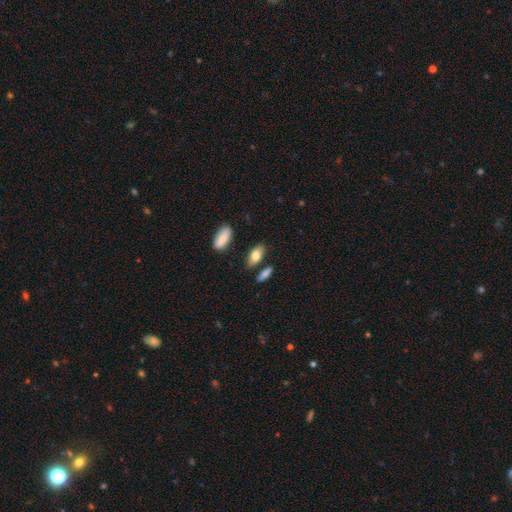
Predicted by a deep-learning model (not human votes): A smooth galaxy with no disk features (78%) that is in between round and cigar-shaped (85%).

Vote fractions:
- Smooth or featured? smooth: 78% / featured or disk: 15% / star or artifact: 7%
- How rounded? in between: 85% / cigar-shaped: 12% / round: 4%
- Merging? none: 79% / minor disturbance: 12% / merger: 6% / major disturbance: 3%